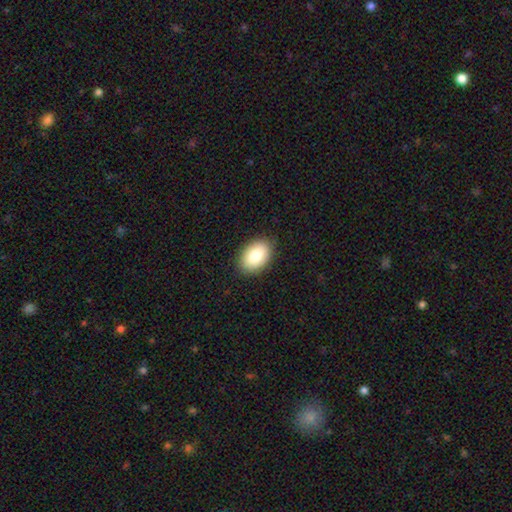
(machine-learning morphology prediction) Smooth or featured? Predicted: smooth (p=0.85). How rounded? Predicted: in between (p=0.88). Merging? Predicted: none (p=0.88).